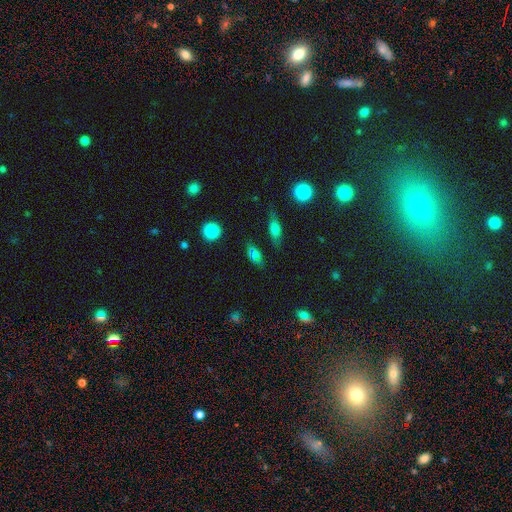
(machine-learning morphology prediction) Smooth or featured? Predicted: smooth (p=0.53). How rounded? Predicted: in between (p=0.71). Merging? Predicted: none (p=0.67).